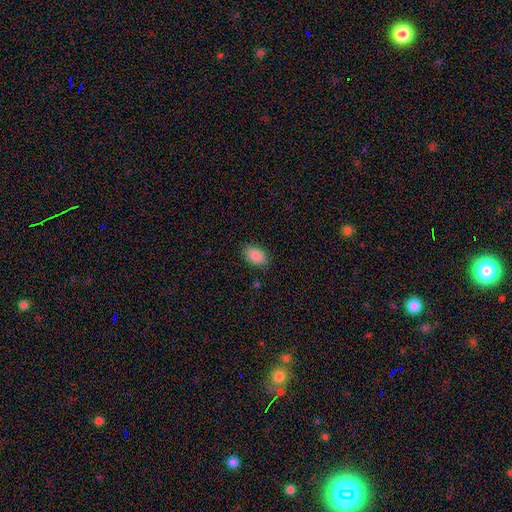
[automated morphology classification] Smooth or featured?
  - smooth: 89% *
  - star or artifact: 7%
  - featured or disk: 4%
How rounded?
  - in between: 88% *
  - round: 11%
  - cigar-shaped: 1%
Merging?
  - none: 86% *
  - minor disturbance: 10%
  - major disturbance: 3%
  - merger: 1%